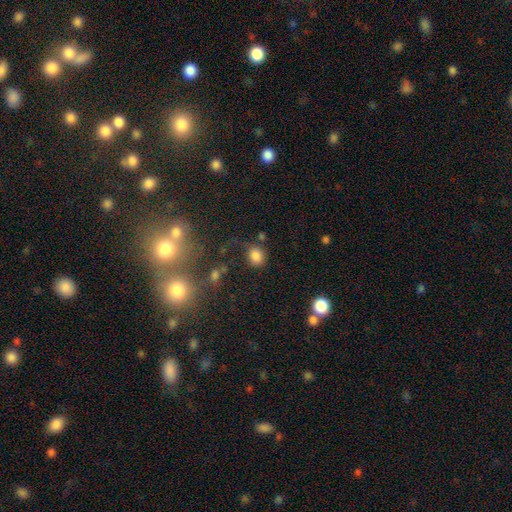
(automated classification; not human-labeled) smooth 81%, star or artifact 12%, featured or disk 6%. Down the decision tree: how rounded — round (62%); merging — none (62%).